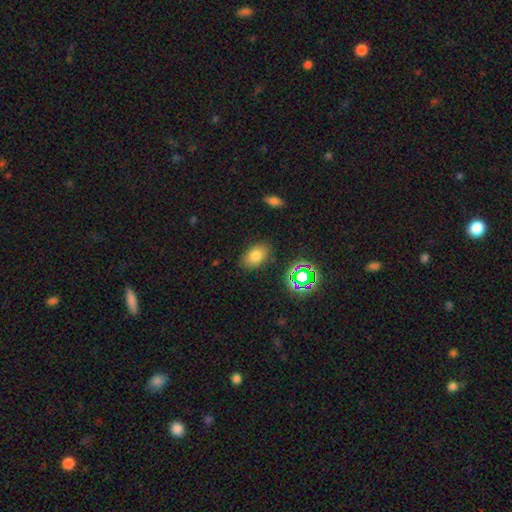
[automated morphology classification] This is likely a smooth galaxy (75%). How rounded: clearly in between (83%). Merging: clearly none (83%).